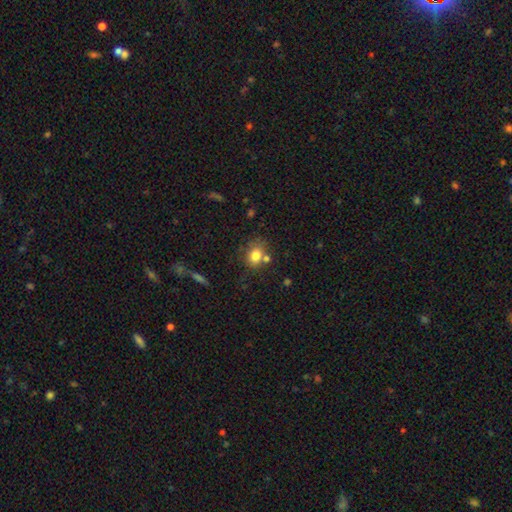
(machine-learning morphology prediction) A smooth galaxy with no disk features (79%) that is round (52%). Merging: none (61%).